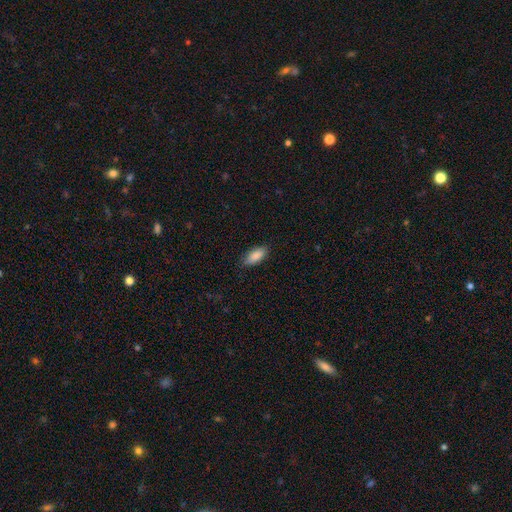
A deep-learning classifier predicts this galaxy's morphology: smooth-or-featured: smooth: 88% | star or artifact: 6% | featured or disk: 6%
  how-rounded: in between: 84% | cigar-shaped: 14% | round: 2%
  merging: none: 85% | minor disturbance: 12% | major disturbance: 2% | merger: 1%